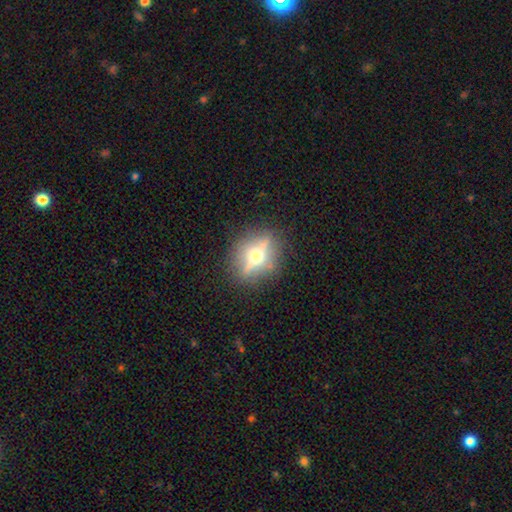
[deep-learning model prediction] Smooth or featured: featured or disk — 71% (smooth — 19%)
Edge-on disk: yes — 81% (no — 19%)
Edge-on bulge: rounded — 96% (boxy — 2%)
Merging: none — 85% (minor disturbance — 10%)